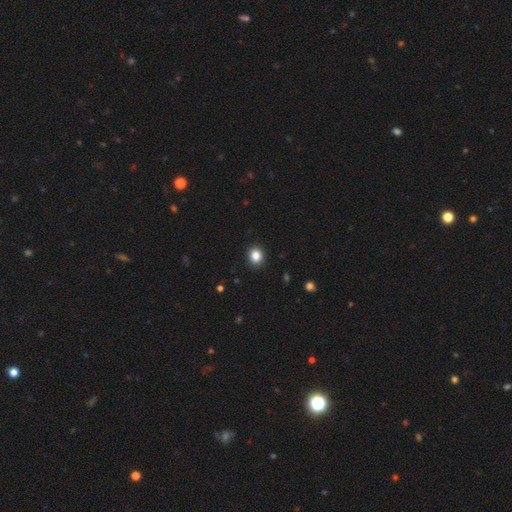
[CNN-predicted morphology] Q: Smooth or featured?
A: smooth (86%); runner-up: star or artifact (10%)
Q: How rounded?
A: round (73%); runner-up: in between (26%)
Q: Merging?
A: none (91%); runner-up: minor disturbance (6%)